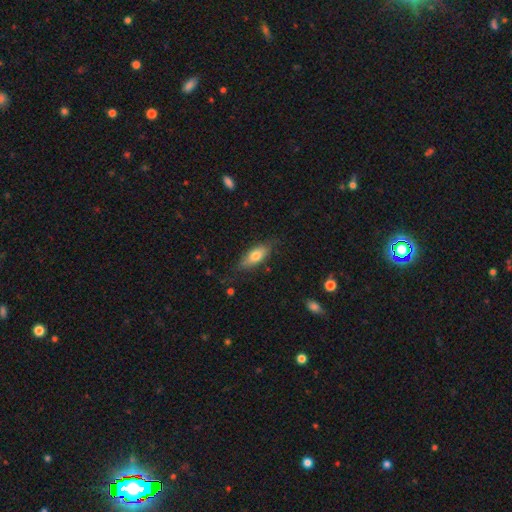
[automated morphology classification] A smooth galaxy with no disk features (71%) that is in between round and cigar-shaped (73%).

Vote fractions:
- Smooth or featured? smooth: 71% / featured or disk: 23% / star or artifact: 6%
- How rounded? in between: 73% / cigar-shaped: 24% / round: 3%
- Merging? none: 74% / minor disturbance: 20% / major disturbance: 5% / merger: 2%